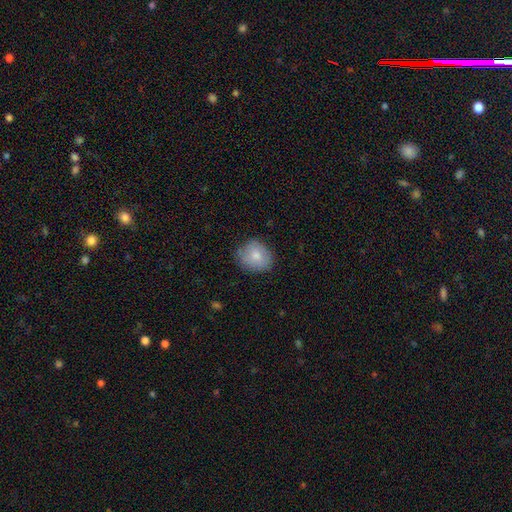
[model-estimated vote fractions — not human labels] A smooth galaxy with no disk features (78%) that is round (70%). Merging: none (74%).